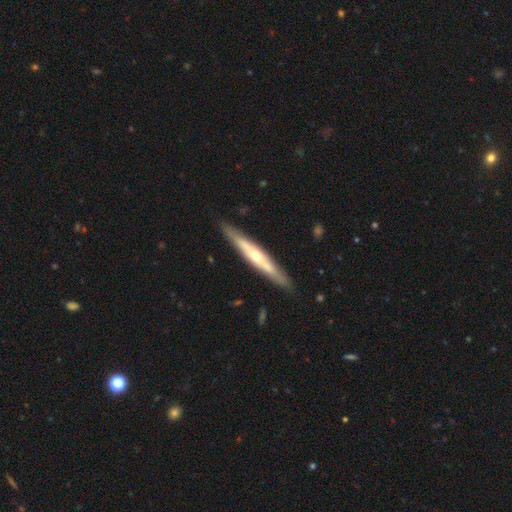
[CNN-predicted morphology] smooth_or_featured: featured or disk (p=0.65) [alt: smooth p=0.30]
disk_edge_on: yes (p=0.90) [alt: no p=0.10]
edge_on_bulge: rounded (p=0.74) [alt: none p=0.21]
merging: none (p=0.88) [alt: minor disturbance p=0.09]